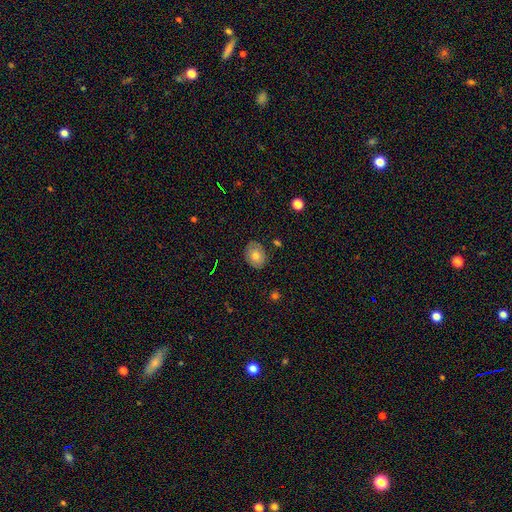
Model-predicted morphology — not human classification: This is likely a smooth galaxy (71%). How rounded: likely in between (61%). Merging: clearly none (82%).